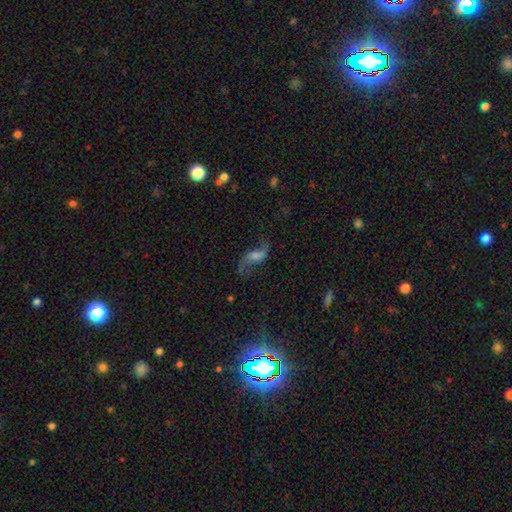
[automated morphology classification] featured or disk 78%, smooth 13%, star or artifact 10%. Down the decision tree: edge-on disk — no (94%); bar — weak (45%); spiral arms — yes (92%); spiral arm count — 2 (92%); spiral winding — loose (88%); bulge size — small (35%); merging — none (70%).